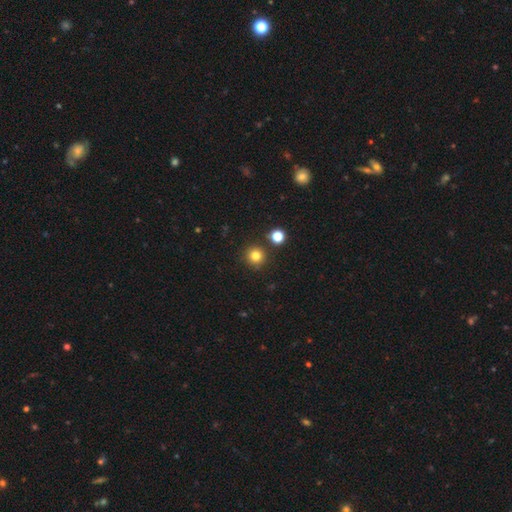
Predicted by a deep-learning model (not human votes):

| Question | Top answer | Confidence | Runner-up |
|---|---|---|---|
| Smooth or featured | smooth | 80% | star or artifact (14%) |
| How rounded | round | 94% | in between (5%) |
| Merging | none | 86% | minor disturbance (7%) |